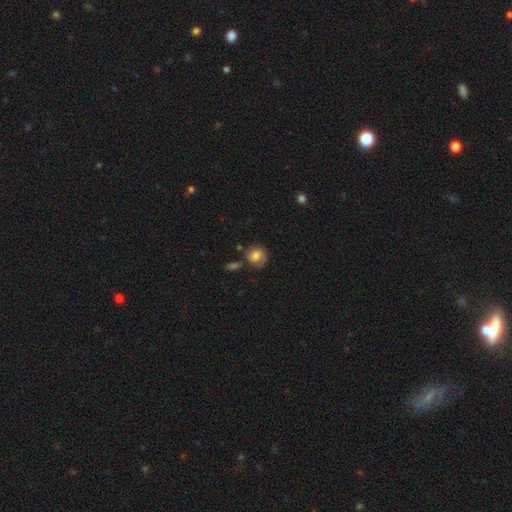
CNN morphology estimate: This is likely a smooth galaxy (62%). How rounded: likely round (74%). Merging: possibly none (54%).